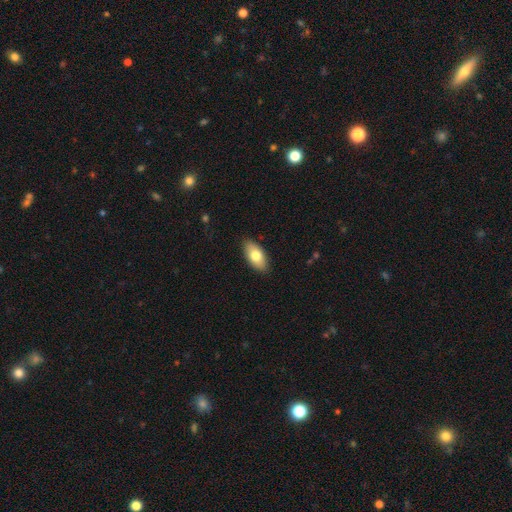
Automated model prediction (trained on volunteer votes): A smooth galaxy with no disk features (74%) that is in between round and cigar-shaped (92%).

Vote fractions:
- Smooth or featured? smooth: 74% / featured or disk: 20% / star or artifact: 6%
- How rounded? in between: 92% / cigar-shaped: 5% / round: 3%
- Merging? none: 87% / minor disturbance: 10% / major disturbance: 2% / merger: 1%